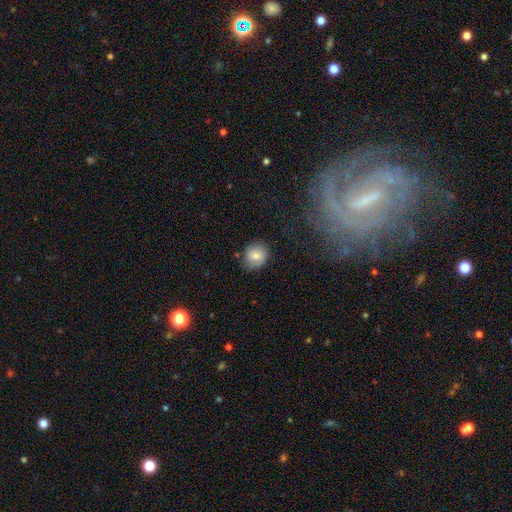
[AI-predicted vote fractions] smooth-or-featured: smooth: 81% | featured or disk: 11% | star or artifact: 9%
  how-rounded: round: 74% | in between: 25% | cigar-shaped: 1%
  merging: none: 79% | minor disturbance: 16% | major disturbance: 3% | merger: 2%